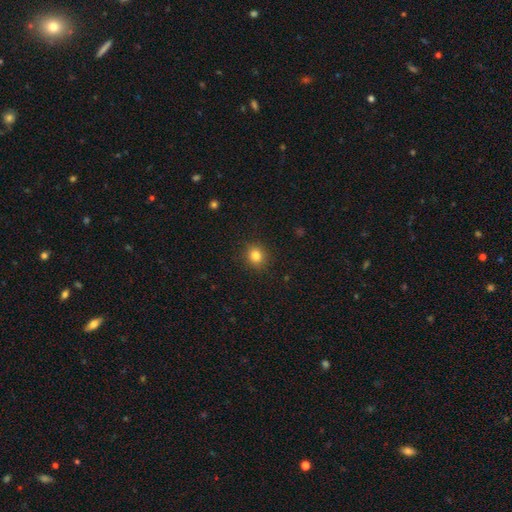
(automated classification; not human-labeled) Smooth or featured?
  - smooth: 83% *
  - star or artifact: 11%
  - featured or disk: 6%
How rounded?
  - round: 78% *
  - in between: 21%
  - cigar-shaped: 1%
Merging?
  - none: 90% *
  - minor disturbance: 7%
  - major disturbance: 2%
  - merger: 1%